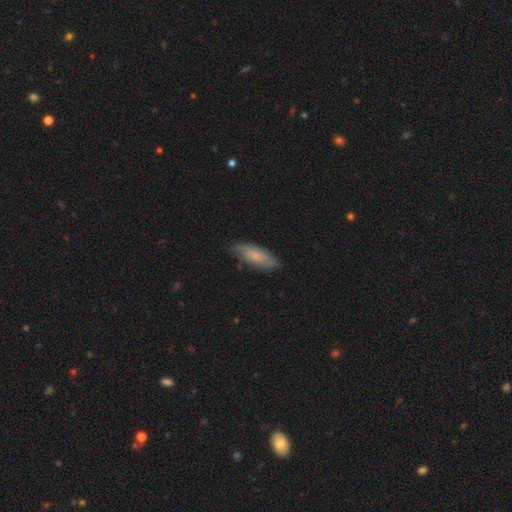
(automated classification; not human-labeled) Smooth or featured? smooth (62%)
How rounded? in between (68%)
Merging? none (72%)